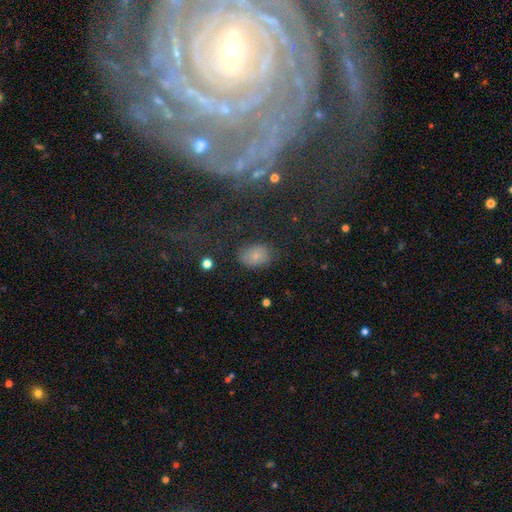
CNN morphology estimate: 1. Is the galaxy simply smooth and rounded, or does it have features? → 73% smooth, 14% star or artifact, 13% featured or disk.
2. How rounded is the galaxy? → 77% in between, 22% round, 1% cigar-shaped.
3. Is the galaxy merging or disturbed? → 76% none, 17% minor disturbance, 5% major disturbance, 2% merger.